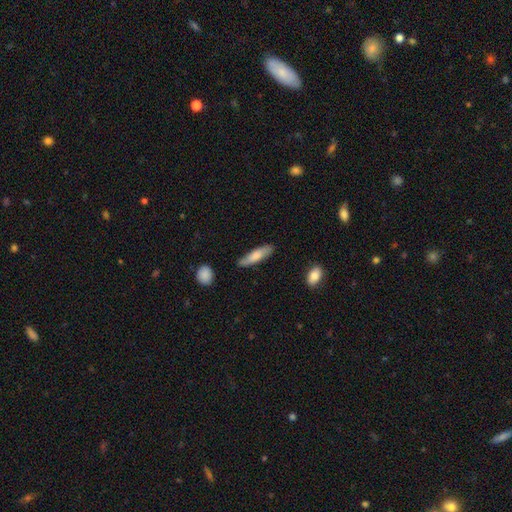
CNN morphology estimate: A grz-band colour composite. It shows a smooth galaxy with no disk features (73%) that is cigar-shaped (68%). Merging: none (79%).